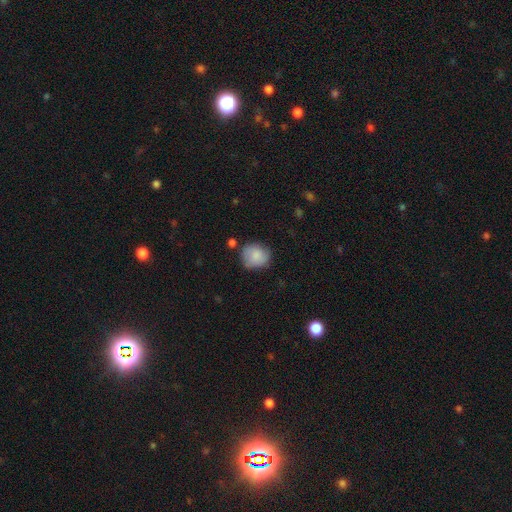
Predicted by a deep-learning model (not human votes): Smooth or featured? smooth (80%)
How rounded? round (79%)
Merging? none (68%)